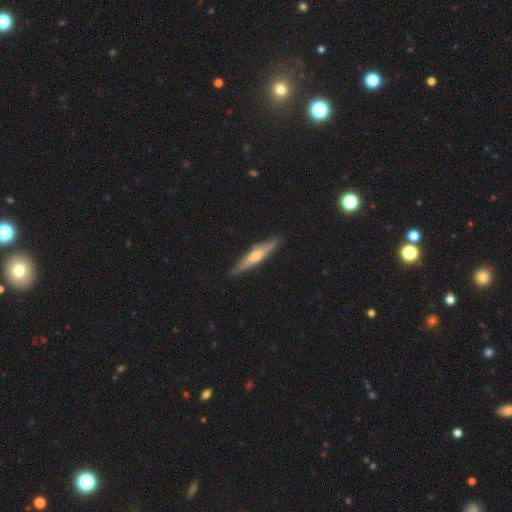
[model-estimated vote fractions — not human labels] smooth-or-featured: featured or disk: 57% | smooth: 38% | star or artifact: 6%
  disk-edge-on: yes: 95% | no: 5%
    edge-on-bulge: rounded: 80% | boxy: 11% | none: 9%
  merging: none: 86% | minor disturbance: 11% | major disturbance: 2% | merger: 1%